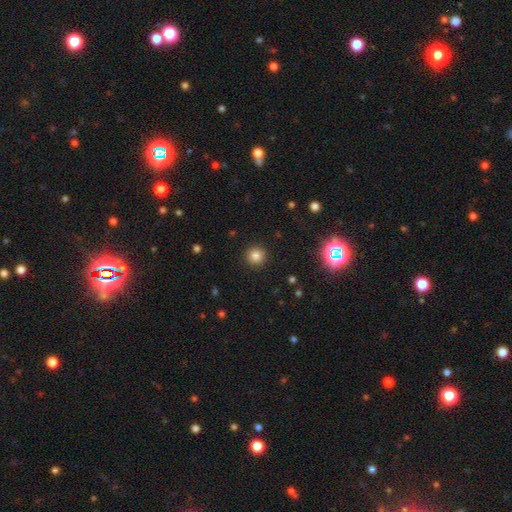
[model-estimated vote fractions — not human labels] A smooth galaxy with no disk features (82%) that is round (95%).

Vote fractions:
- Smooth or featured? smooth: 82% / star or artifact: 13% / featured or disk: 5%
- How rounded? round: 95% / in between: 4% / cigar-shaped: 1%
- Merging? none: 92% / minor disturbance: 5% / major disturbance: 2% / merger: 1%